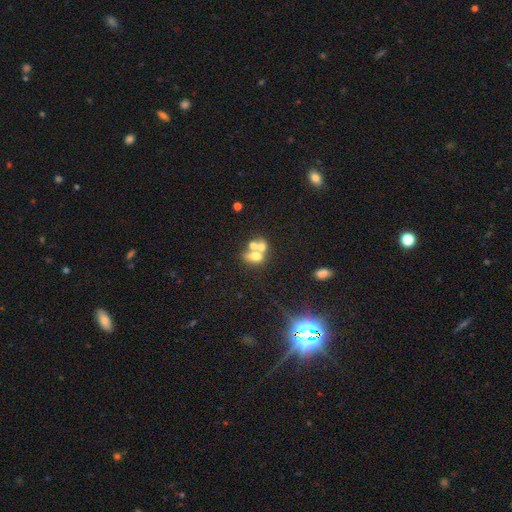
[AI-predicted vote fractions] Smooth or featured? Predicted: smooth (p=0.56). How rounded? Predicted: in between (p=0.58). Merging? Predicted: merger (p=0.63).